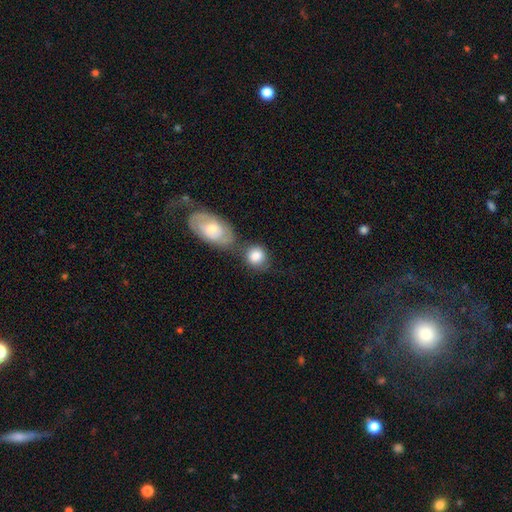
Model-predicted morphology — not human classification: smooth-or-featured: smooth: 80% | featured or disk: 14% | star or artifact: 6%
  how-rounded: round: 68% | in between: 30% | cigar-shaped: 2%
  merging: none: 46% | merger: 32% | minor disturbance: 15% | major disturbance: 7%